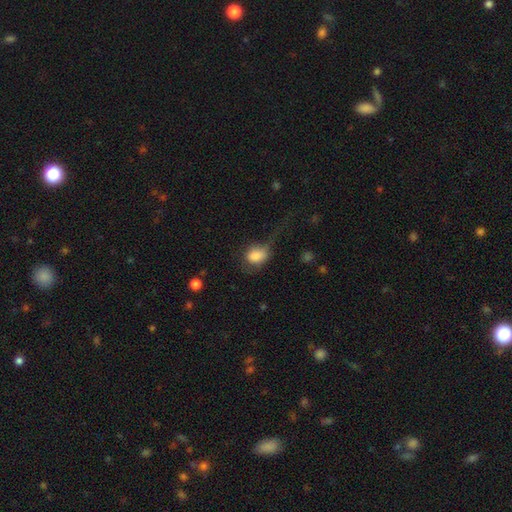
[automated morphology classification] Q: Smooth or featured?
A: smooth (79%); runner-up: featured or disk (13%)
Q: How rounded?
A: in between (65%); runner-up: round (33%)
Q: Merging?
A: major disturbance (43%); runner-up: none (28%)